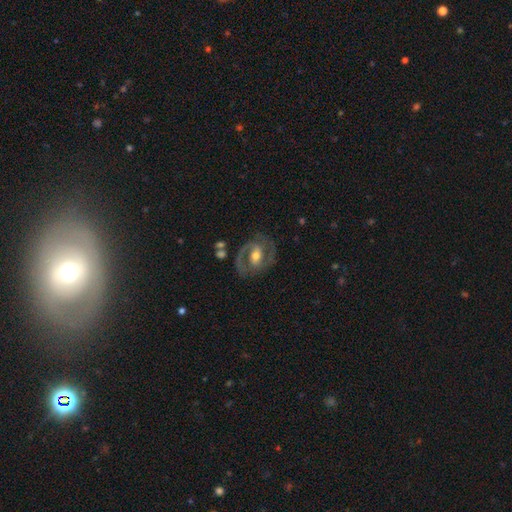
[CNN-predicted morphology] A featured or disk galaxy (85%) with a weak bar (42%), 2 (88%) medium (54%) spiral arms (92%) and a moderate central bulge (68%). Merging: none (78%).